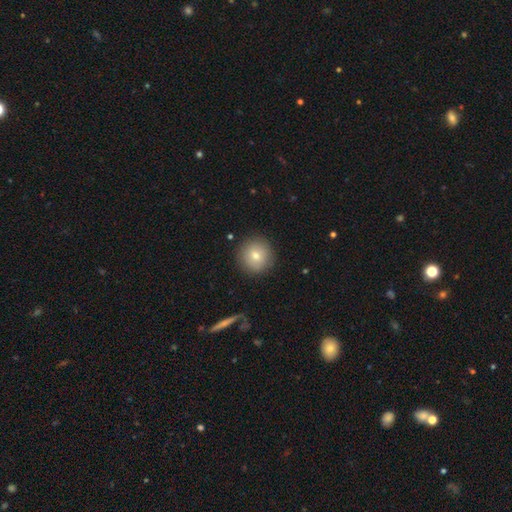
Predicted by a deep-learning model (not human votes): Q: Smooth or featured?
A: smooth (74%); runner-up: featured or disk (15%)
Q: How rounded?
A: round (94%); runner-up: in between (5%)
Q: Merging?
A: none (90%); runner-up: minor disturbance (7%)